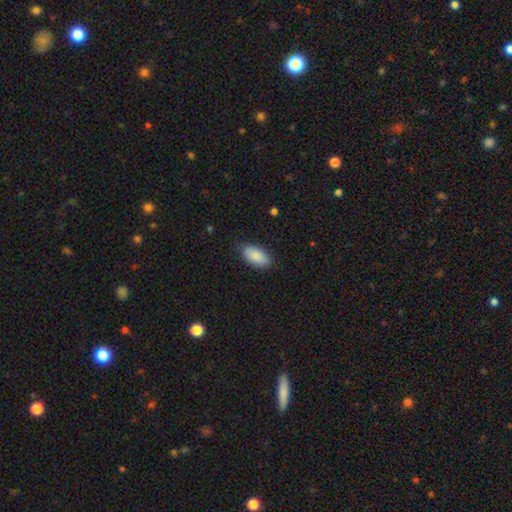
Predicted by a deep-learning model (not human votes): Smooth or featured? Predicted: smooth (p=0.88). How rounded? Predicted: in between (p=0.93). Merging? Predicted: none (p=0.83).